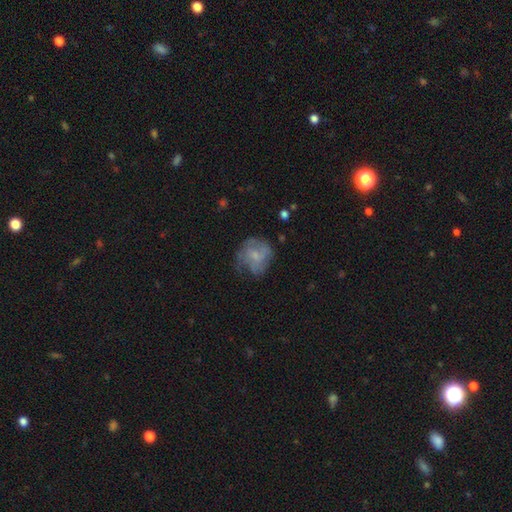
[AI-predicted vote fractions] Q: Smooth or featured?
A: smooth (47%); runner-up: featured or disk (43%)
Q: Merging?
A: none (49%); runner-up: minor disturbance (28%)